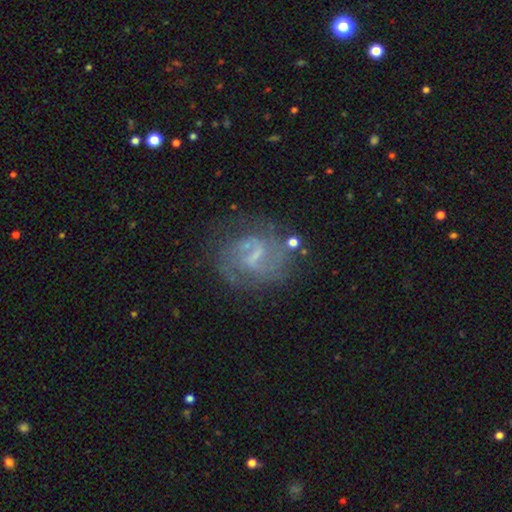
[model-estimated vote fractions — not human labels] Smooth or featured?
  - featured or disk: 80% *
  - smooth: 12%
  - star or artifact: 8%
Edge-on disk?
  - no: 97% *
  - yes: 3%
Bar?
  - weak: 53% *
  - strong: 31%
  - no: 16%
Spiral arms?
  - yes: 86% *
  - no: 14%
Spiral winding?
  - medium: 46% *
  - tight: 31%
  - loose: 23%
Spiral arm count?
  - 2: 67% *
  - can't tell: 19%
  - 3: 6%
  - 1: 4%
  - 4: 2%
  - more than 4: 2%
Bulge size?
  - small: 43% *
  - none: 37%
  - moderate: 17%
  - large: 2%
  - dominant: 1%
Merging?
  - none: 65% *
  - minor disturbance: 18%
  - major disturbance: 13%
  - merger: 4%